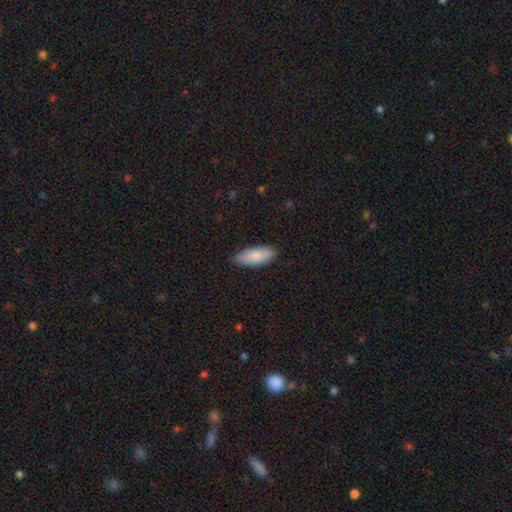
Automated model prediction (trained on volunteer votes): Smooth or featured? smooth (84%)
How rounded? in between (83%)
Merging? none (84%)